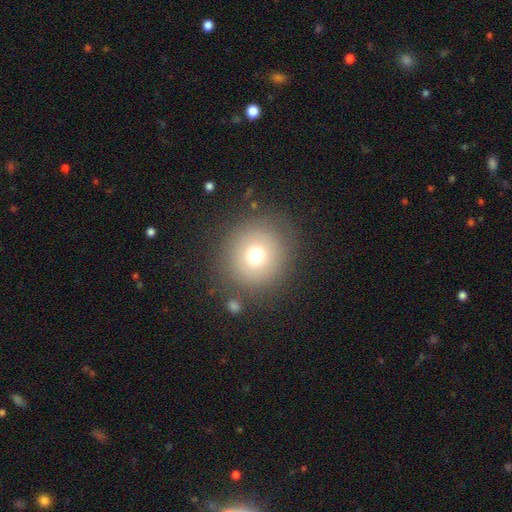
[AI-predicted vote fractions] Morphology: type=smooth (71%); roundness=round (92%); merging=none (83%).